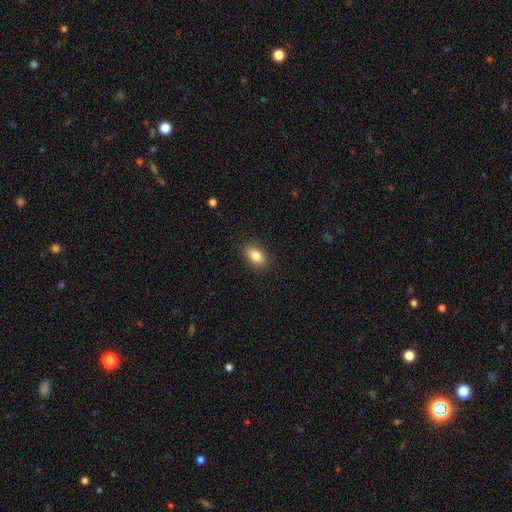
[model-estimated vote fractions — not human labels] The model was most divided on "how rounded": in between: 87%, round: 12%, cigar-shaped: 2%. More confident: merging — none (88%); smooth or featured — smooth (84%).